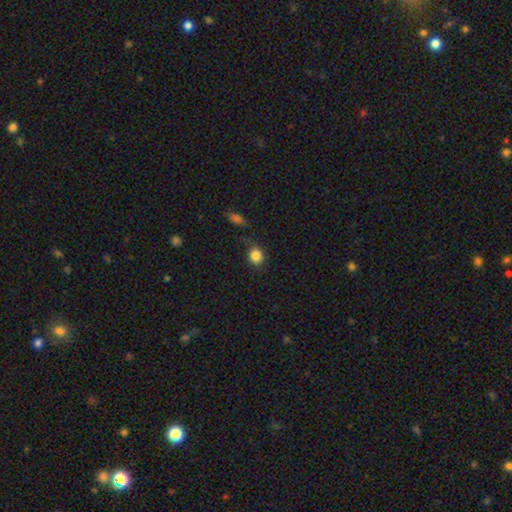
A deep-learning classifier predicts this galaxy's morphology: Overall: smooth (84%). How rounded: round (72%). Merging: none (75%).